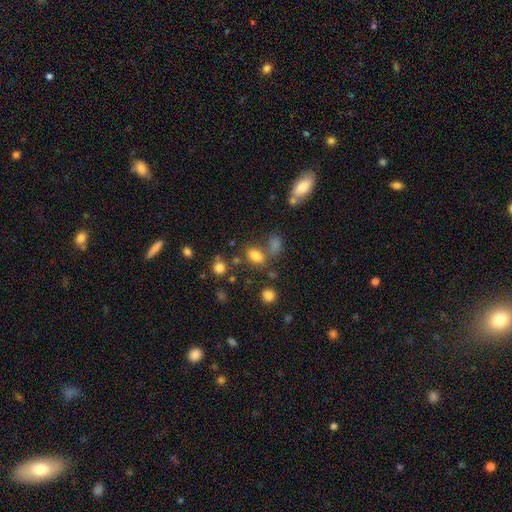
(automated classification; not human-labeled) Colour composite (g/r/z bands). It shows a smooth galaxy with no disk features (79%) that is in between round and cigar-shaped (82%). Merging: none (60%).